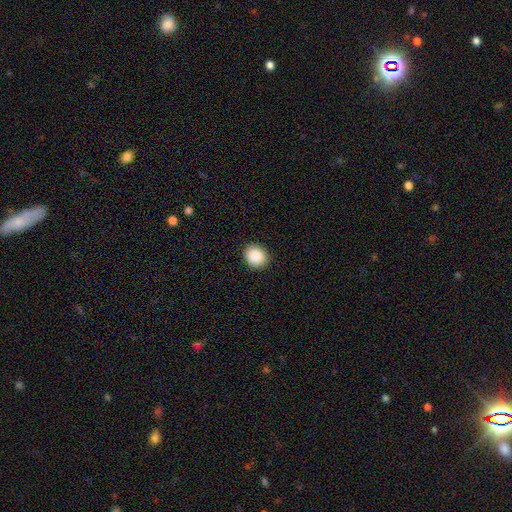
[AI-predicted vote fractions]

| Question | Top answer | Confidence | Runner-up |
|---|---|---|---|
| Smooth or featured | smooth | 89% | star or artifact (8%) |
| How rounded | round | 64% | in between (35%) |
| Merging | none | 90% | minor disturbance (7%) |